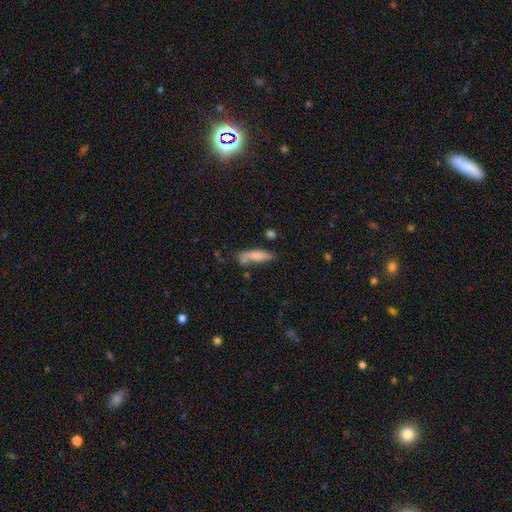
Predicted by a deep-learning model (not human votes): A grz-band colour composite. It shows a smooth galaxy with no disk features (75%) that is cigar-shaped (71%). Merging: none (57%).